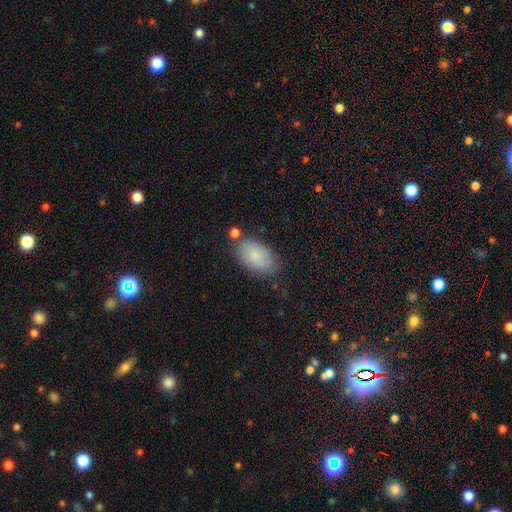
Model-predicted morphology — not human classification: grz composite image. It shows a smooth galaxy with no disk features (78%) that is in between round and cigar-shaped (91%). Merging: none (65%).